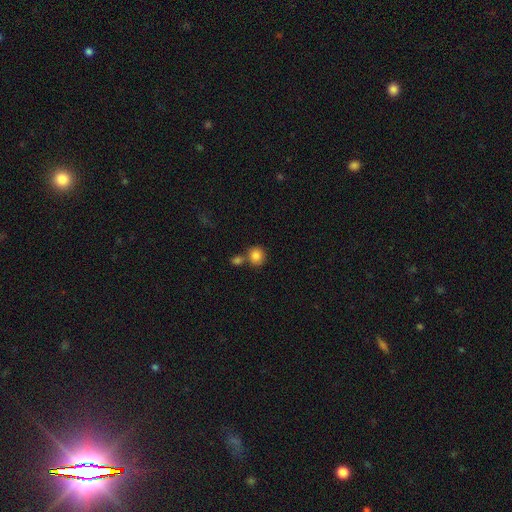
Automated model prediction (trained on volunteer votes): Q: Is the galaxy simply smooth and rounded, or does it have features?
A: smooth — 85%.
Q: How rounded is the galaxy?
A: round — 87%.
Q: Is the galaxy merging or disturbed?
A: none — 64%.